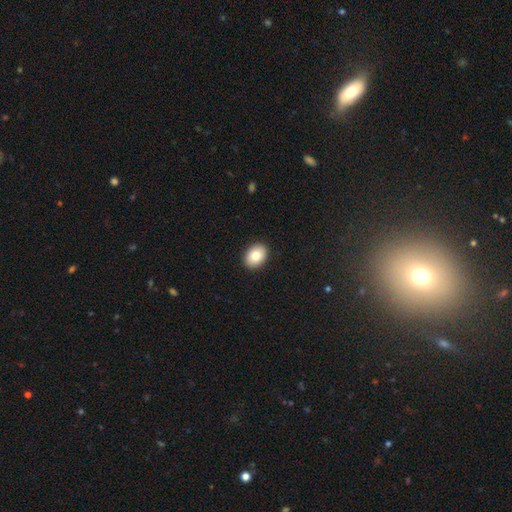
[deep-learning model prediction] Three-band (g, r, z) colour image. It shows a smooth galaxy with no disk features (82%) that is in between round and cigar-shaped (70%). Merging: none (91%).